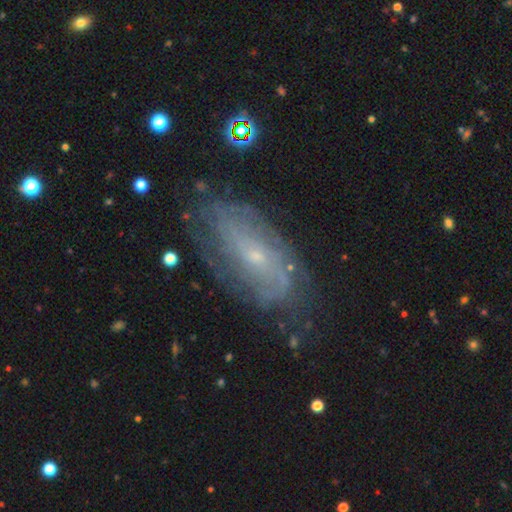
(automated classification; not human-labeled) featured or disk 72%, smooth 20%, star or artifact 9%. Down the decision tree: edge-on disk — no (90%); bar — no (71%); spiral arms — yes (79%); spiral arm count — can't tell (58%); spiral winding — tight (58%); bulge size — small (83%); merging — none (72%).